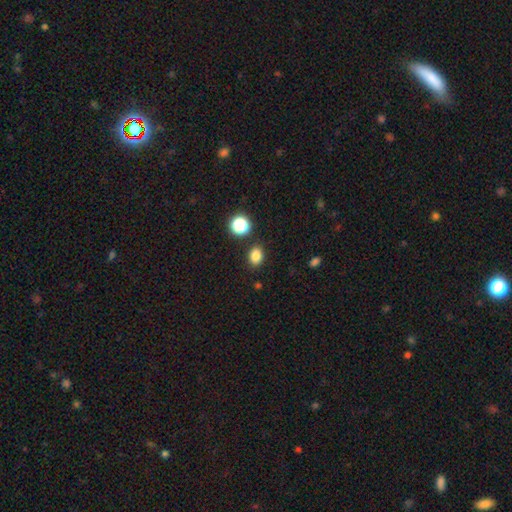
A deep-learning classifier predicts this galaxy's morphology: Smooth or featured?
  - smooth: 83% *
  - star or artifact: 13%
  - featured or disk: 4%
How rounded?
  - in between: 57% *
  - round: 42%
  - cigar-shaped: 1%
Merging?
  - none: 85% *
  - minor disturbance: 8%
  - merger: 4%
  - major disturbance: 3%